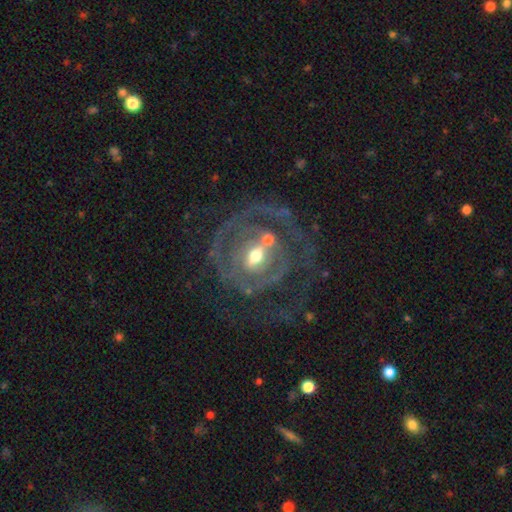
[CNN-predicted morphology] A featured or disk galaxy (83%) with a weak bar (42%), can't tell (33%, tied with 2) tight (50%) spiral arms (76%) and a moderate central bulge (61%).

Vote fractions:
- Smooth or featured? featured or disk: 83% / smooth: 10% / star or artifact: 7%
- Edge-on disk? no: 96% / yes: 4%
- Bar? weak: 42% / no: 30% / strong: 28%
- Spiral arms? yes: 76% / no: 24%
- Spiral winding? tight: 50% / medium: 33% / loose: 18%
- Spiral arm count? can't tell: 33% (tied) / 2: 33% (tied) / 3: 12% / 1: 9% / 4: 7% / more than 4: 6%
- Bulge size? moderate: 61% / small: 28% / large: 8% / dominant: 2% / none: 2%
- Merging? none: 51% / major disturbance: 25% / minor disturbance: 17% / merger: 7%